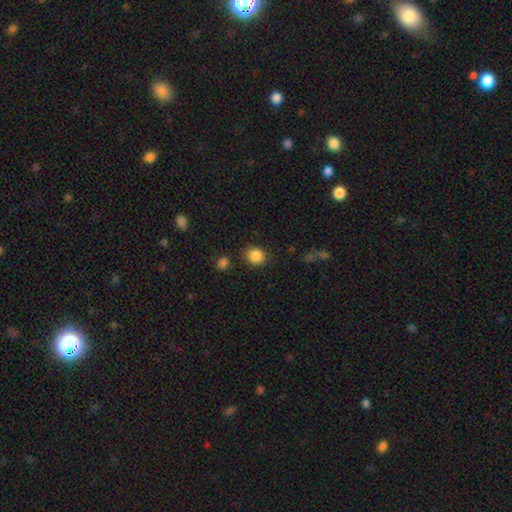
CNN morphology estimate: A smooth galaxy with no disk features (87%) that is round (75%).

Vote fractions:
- Smooth or featured? smooth: 87% / star or artifact: 9% / featured or disk: 4%
- How rounded? round: 75% / in between: 24% / cigar-shaped: 1%
- Merging? none: 83% / minor disturbance: 11% / merger: 3% / major disturbance: 3%